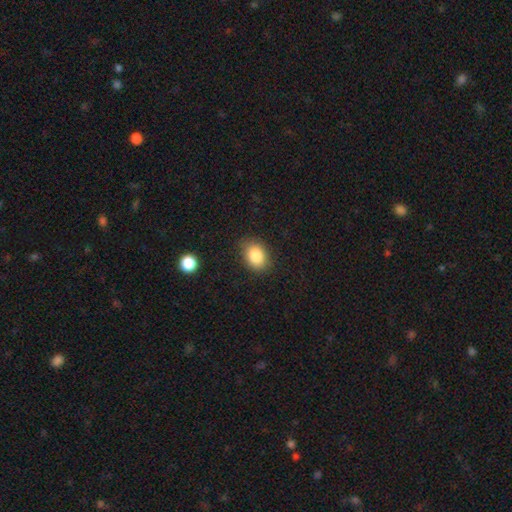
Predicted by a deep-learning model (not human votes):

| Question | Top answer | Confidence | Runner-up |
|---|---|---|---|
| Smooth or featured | smooth | 85% | star or artifact (9%) |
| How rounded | in between | 69% | round (30%) |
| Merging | none | 82% | minor disturbance (13%) |